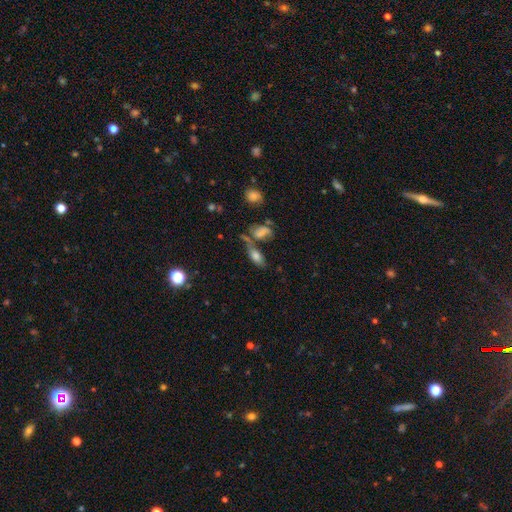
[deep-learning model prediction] smooth_or_featured: smooth (p=0.69) [alt: featured or disk p=0.19]
how_rounded: in between (p=0.80) [alt: cigar-shaped p=0.15]
merging: none (p=0.47) [alt: merger p=0.29]